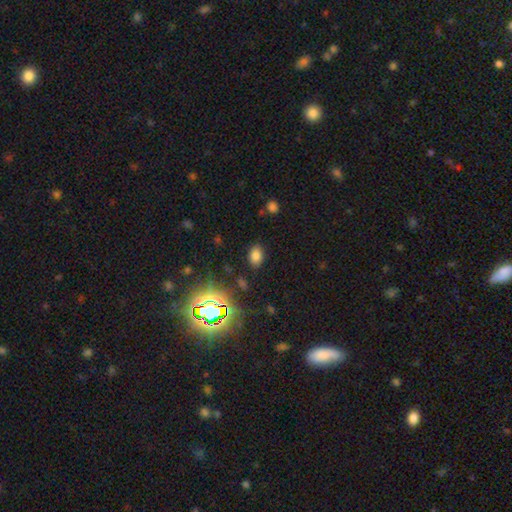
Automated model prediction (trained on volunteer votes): Overall: smooth (73%). How rounded: in between (81%). Merging: none (82%).